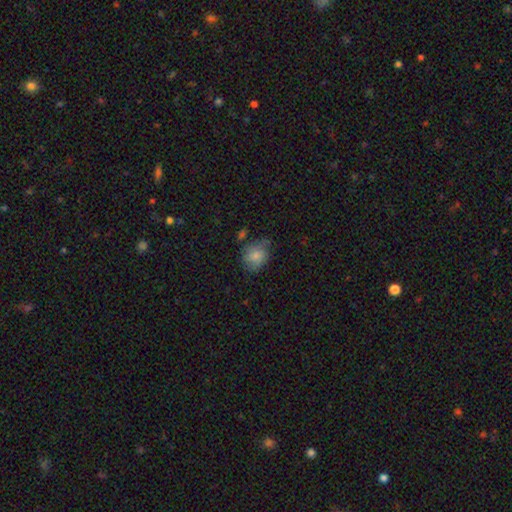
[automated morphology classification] smooth-or-featured: smooth: 77% | featured or disk: 16% | star or artifact: 8%
  how-rounded: round: 51% | in between: 48% | cigar-shaped: 1%
  merging: none: 55% | minor disturbance: 31% | major disturbance: 10% | merger: 4%